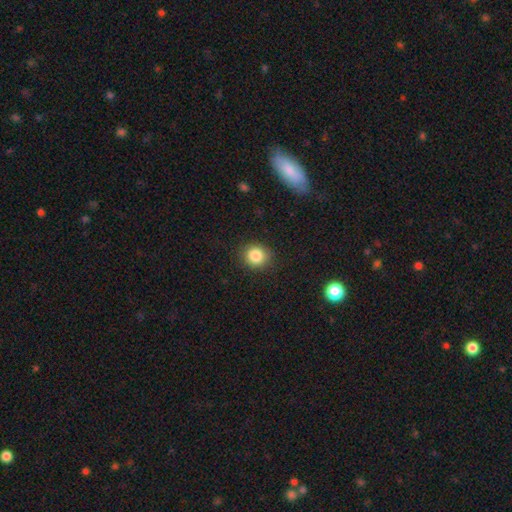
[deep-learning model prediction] Smooth or featured: smooth — 85% (star or artifact — 10%)
How rounded: round — 84% (in between — 15%)
Merging: none — 88% (minor disturbance — 8%)